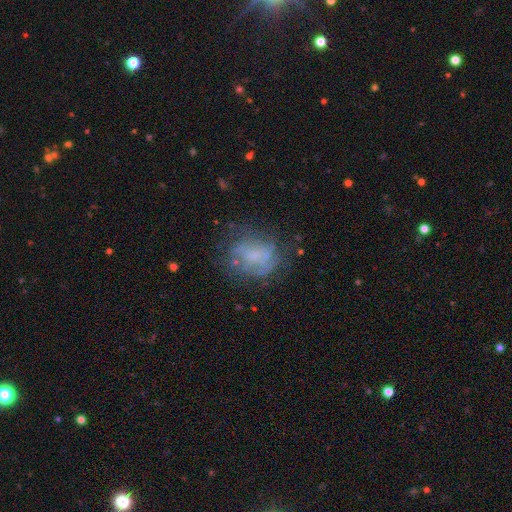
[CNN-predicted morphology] Overall: featured or disk (48%; smooth 39%). Merging: none (55%; minor disturbance 22%).